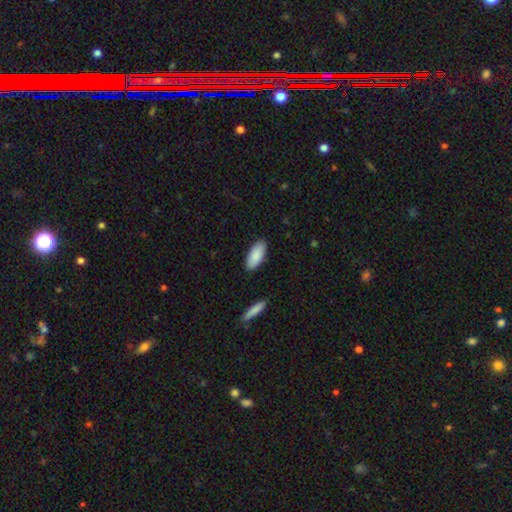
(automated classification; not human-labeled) Smooth or featured? Predicted: smooth (p=0.88). How rounded? Predicted: in between (p=0.88). Merging? Predicted: none (p=0.87).